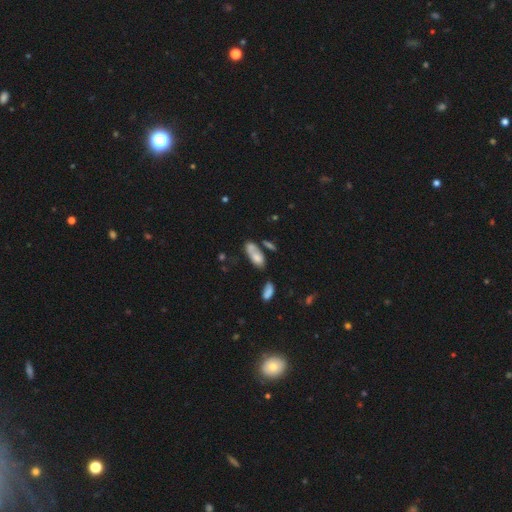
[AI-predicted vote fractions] The model was most divided on "merging": none: 38%, merger: 30%, minor disturbance: 21%, major disturbance: 11%. More confident: how rounded — in between (81%); smooth or featured — smooth (70%).